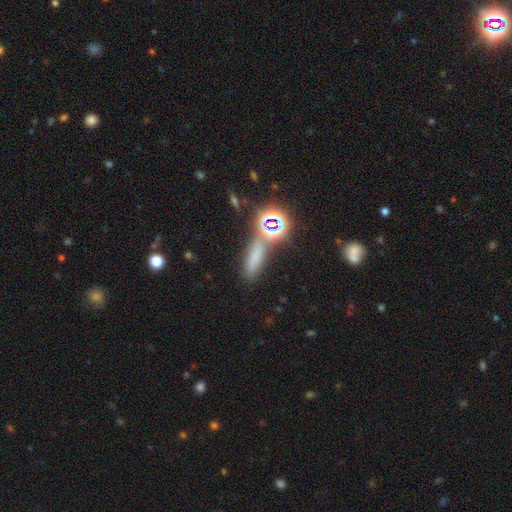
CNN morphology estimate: smooth_or_featured: smooth (p=0.58) [alt: star or artifact p=0.32]
how_rounded: cigar-shaped (p=0.54) [alt: in between p=0.33]
merging: none (p=0.69) [alt: merger p=0.14]